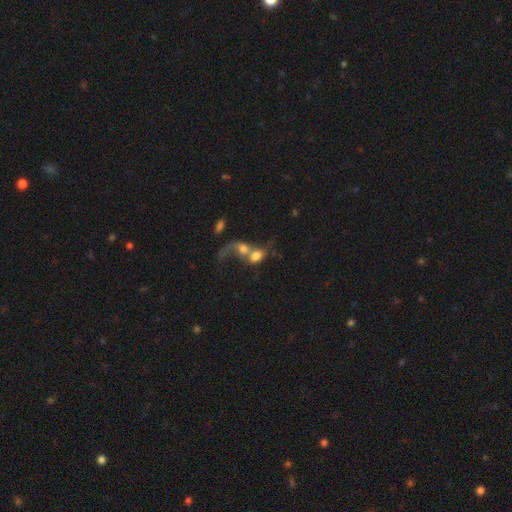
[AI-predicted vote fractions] A smooth galaxy with no disk features (55%) that is in between round and cigar-shaped (62%). Merging: merger (77%).